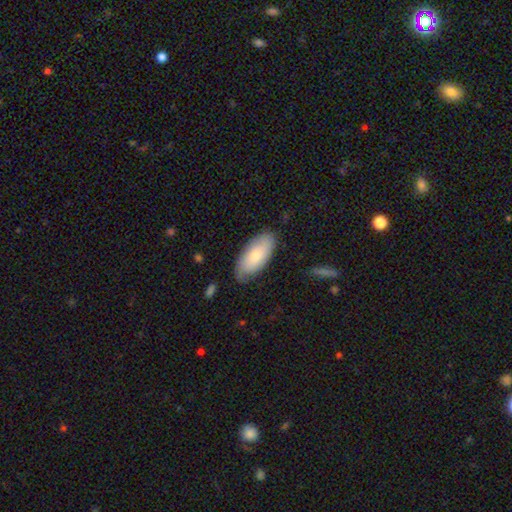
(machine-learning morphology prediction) Smooth or featured: smooth — 73% (featured or disk — 21%)
How rounded: in between — 90% (cigar-shaped — 8%)
Merging: none — 78% (minor disturbance — 17%)